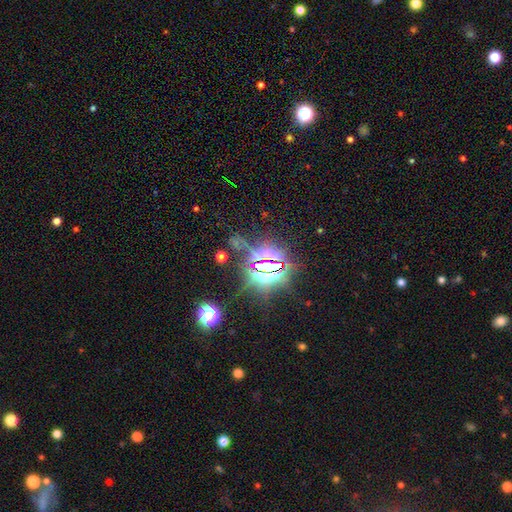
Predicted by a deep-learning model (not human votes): The model was most divided on "smooth or featured": star or artifact: 84%, featured or disk: 9%, smooth: 7%.